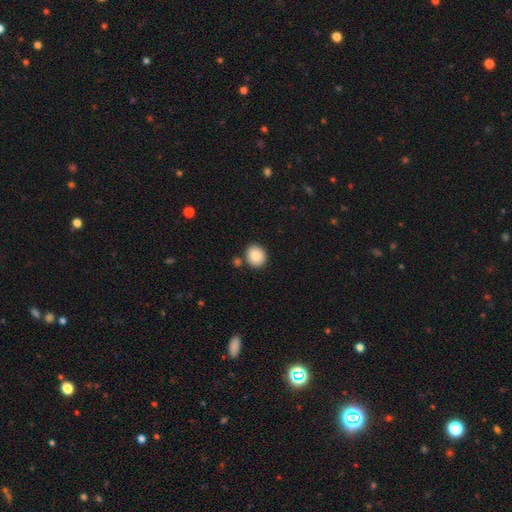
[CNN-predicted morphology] smooth-or-featured: smooth: 88% | star or artifact: 8% | featured or disk: 4%
  how-rounded: round: 74% | in between: 25% | cigar-shaped: 1%
  merging: none: 79% | minor disturbance: 10% | merger: 8% | major disturbance: 3%